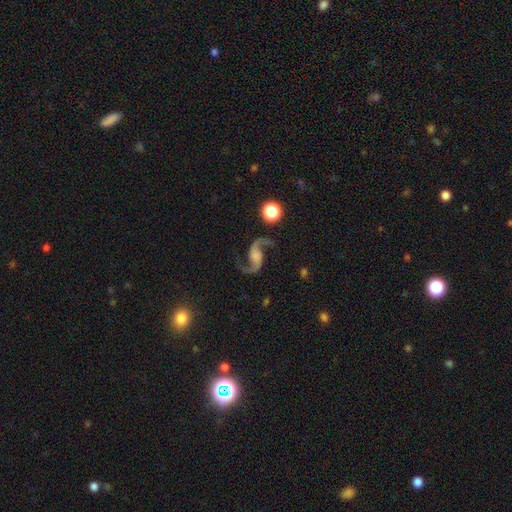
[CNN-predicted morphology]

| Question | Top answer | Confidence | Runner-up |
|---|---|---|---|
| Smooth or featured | featured or disk | 91% | star or artifact (5%) |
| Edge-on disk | no | 98% | yes (2%) |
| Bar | no | 55% | weak (33%) |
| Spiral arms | yes | 98% | no (2%) |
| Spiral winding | loose | 79% | medium (18%) |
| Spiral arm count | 2 | 95% | 1 (1%) |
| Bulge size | none | 41% | moderate (18%) |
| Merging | none | 80% | minor disturbance (11%) |